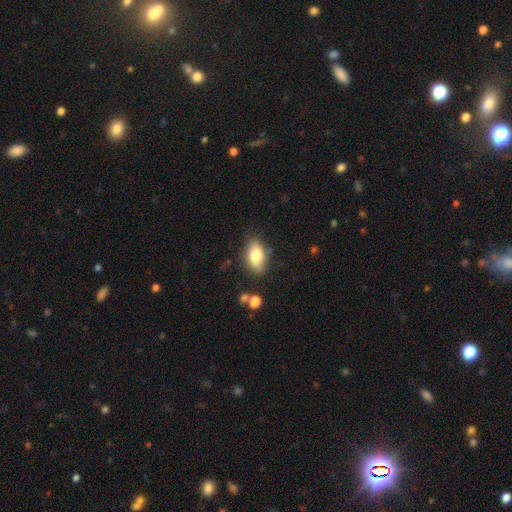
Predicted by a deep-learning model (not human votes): Smooth or featured? Predicted: smooth (p=0.79). How rounded? Predicted: in between (p=0.89). Merging? Predicted: none (p=0.79).